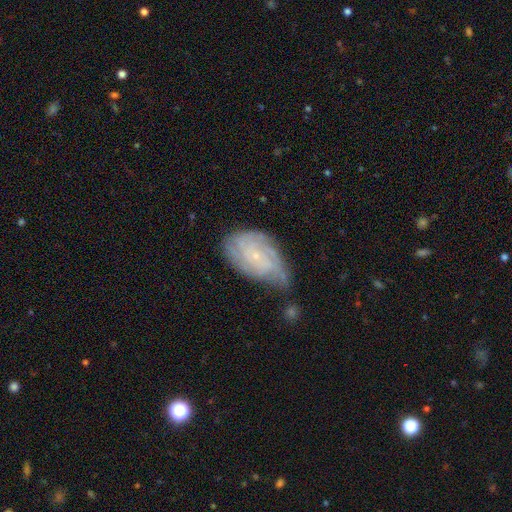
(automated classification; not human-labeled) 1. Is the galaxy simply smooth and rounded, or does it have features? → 71% featured or disk, 20% smooth, 9% star or artifact.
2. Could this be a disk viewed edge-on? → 96% no, 4% yes.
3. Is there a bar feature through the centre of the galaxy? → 68% no, 27% weak, 5% strong.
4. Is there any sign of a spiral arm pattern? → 90% yes, 10% no.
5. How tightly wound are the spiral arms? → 58% tight, 31% medium, 11% loose.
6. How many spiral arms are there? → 37% can't tell, 20% 3, 17% 4, 15% 2, 6% more than 4, 6% 1.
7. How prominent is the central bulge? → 80% small, 13% moderate, 5% none, 1% large, 1% dominant.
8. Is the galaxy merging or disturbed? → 44% none, 34% minor disturbance, 15% major disturbance, 7% merger.